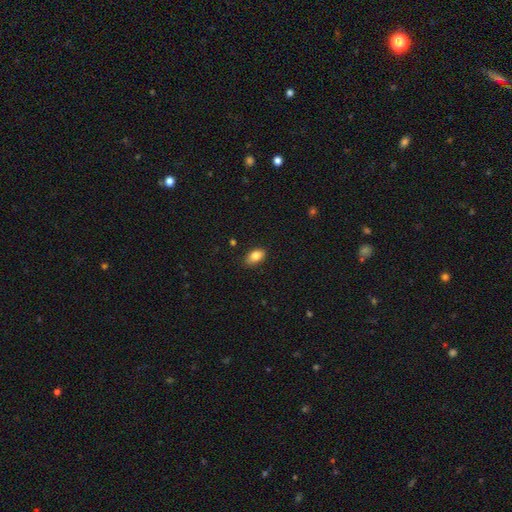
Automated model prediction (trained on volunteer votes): Overall: smooth (84%). How rounded: in between (89%). Merging: none (84%).